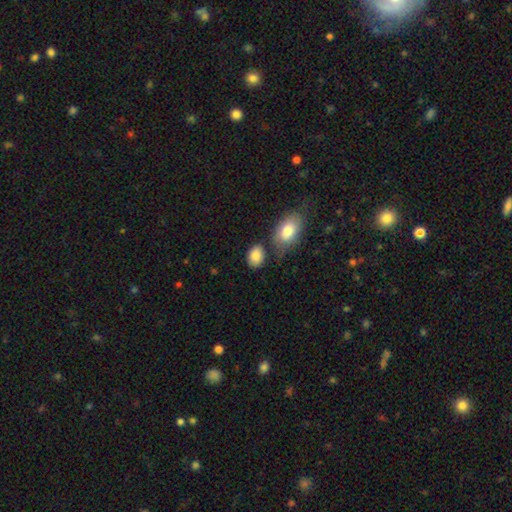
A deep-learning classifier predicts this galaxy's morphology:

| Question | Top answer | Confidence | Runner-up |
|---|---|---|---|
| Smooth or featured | smooth | 86% | star or artifact (7%) |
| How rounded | in between | 75% | round (24%) |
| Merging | none | 63% | minor disturbance (19%) |